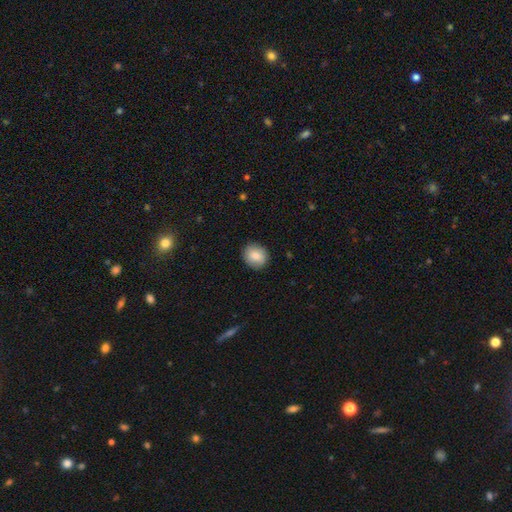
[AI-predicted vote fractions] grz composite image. It shows a smooth galaxy with no disk features (81%) that is round (81%). Merging: none (88%).